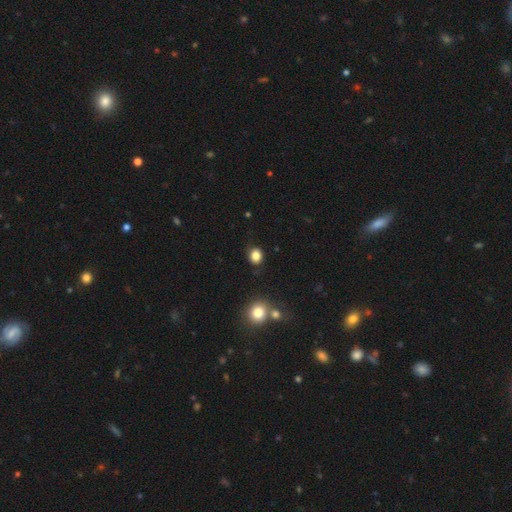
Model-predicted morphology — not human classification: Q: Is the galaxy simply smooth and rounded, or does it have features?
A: smooth — 84%.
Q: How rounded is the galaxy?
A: round — 65%.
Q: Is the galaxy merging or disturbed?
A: none — 84%.